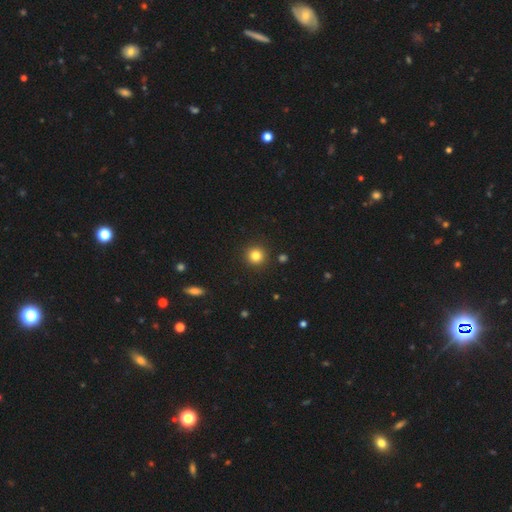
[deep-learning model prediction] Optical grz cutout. It shows a smooth galaxy with no disk features (83%) that is round (94%). Merging: none (92%).